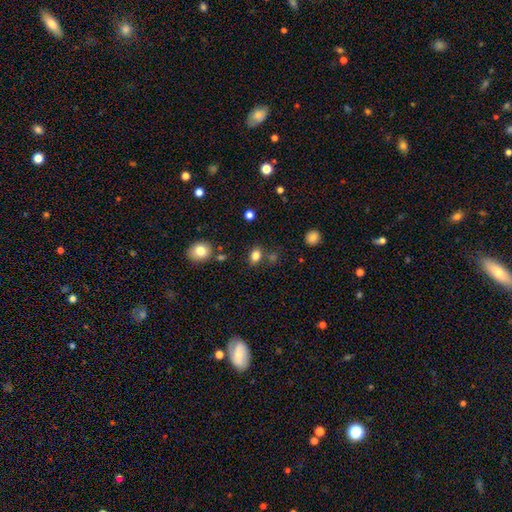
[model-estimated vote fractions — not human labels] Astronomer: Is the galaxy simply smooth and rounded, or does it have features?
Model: smooth — 81%.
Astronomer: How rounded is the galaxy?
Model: in between — 72%.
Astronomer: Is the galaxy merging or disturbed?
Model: none — 75%.